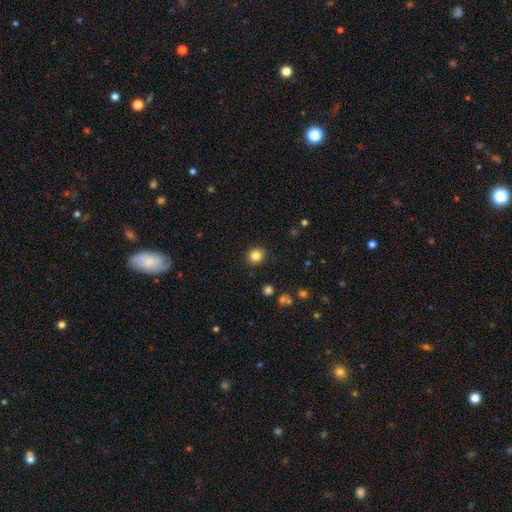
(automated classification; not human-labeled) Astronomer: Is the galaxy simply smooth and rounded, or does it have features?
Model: smooth — 84%.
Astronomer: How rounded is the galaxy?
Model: round — 82%.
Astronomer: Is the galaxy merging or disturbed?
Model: none — 89%.